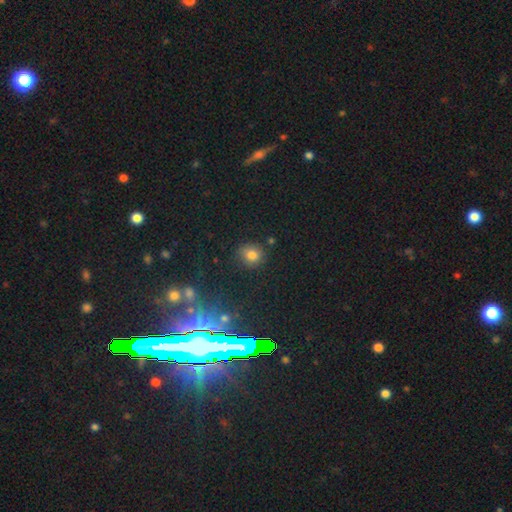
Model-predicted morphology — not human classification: Smooth or featured? smooth (68%)
How rounded? round (83%)
Merging? none (86%)